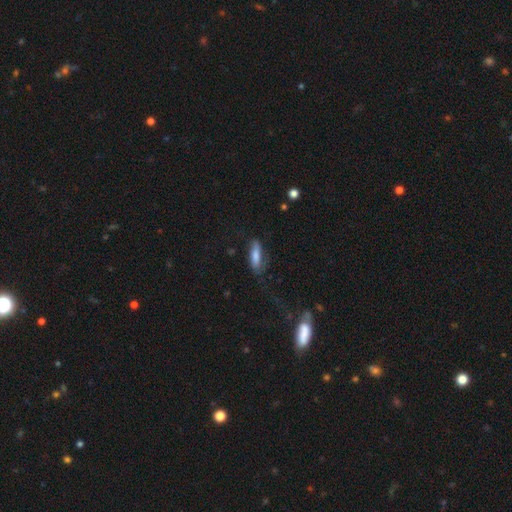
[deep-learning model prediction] smooth_or_featured: smooth (p=0.72) [alt: featured or disk p=0.20]
how_rounded: in between (p=0.51) [alt: cigar-shaped p=0.47]
merging: none (p=0.56) [alt: minor disturbance p=0.26]